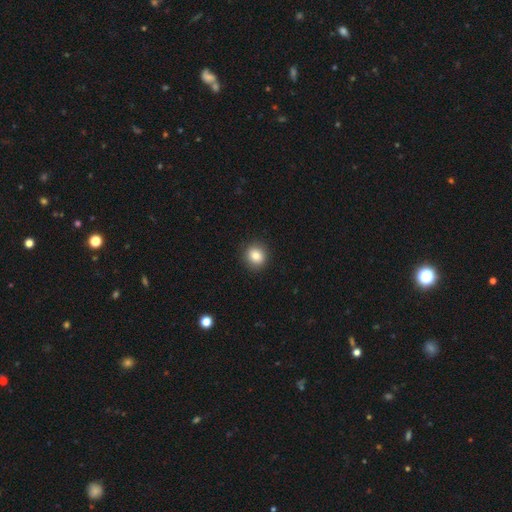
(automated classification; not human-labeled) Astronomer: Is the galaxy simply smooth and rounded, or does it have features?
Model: smooth — 84%.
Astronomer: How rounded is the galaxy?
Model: round — 83%.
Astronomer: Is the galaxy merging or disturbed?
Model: none — 91%.